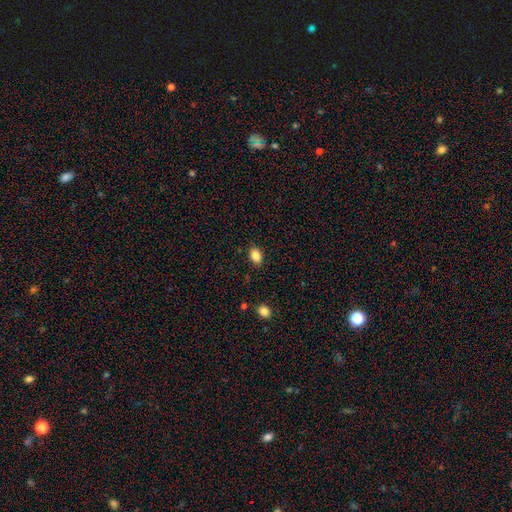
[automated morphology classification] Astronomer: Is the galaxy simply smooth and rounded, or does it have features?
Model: smooth — 86%.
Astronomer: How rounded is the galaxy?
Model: in between — 78%.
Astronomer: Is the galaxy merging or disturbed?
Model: none — 87%.